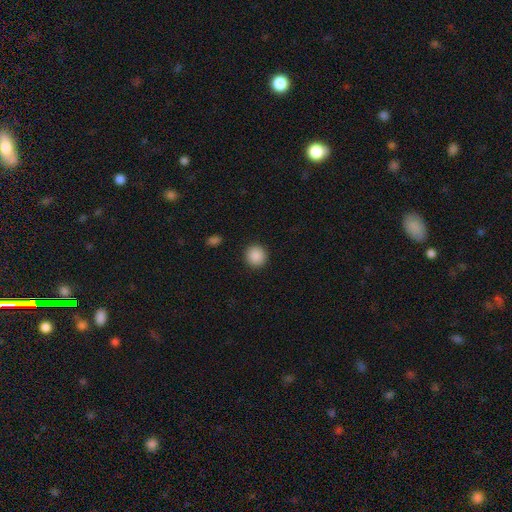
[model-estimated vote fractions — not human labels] This is clearly a smooth galaxy (89%). How rounded: clearly round (93%). Merging: clearly none (92%).